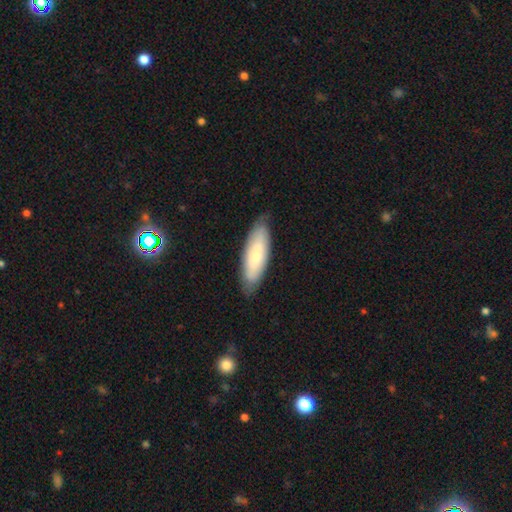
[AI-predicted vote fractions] Morphology: type=smooth (71%); roundness=in between (55%); merging=none (80%).